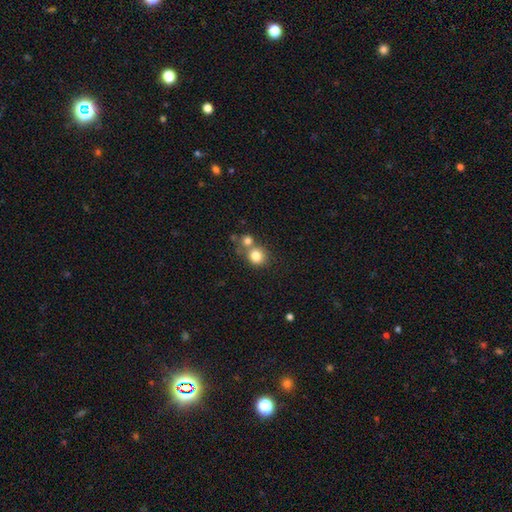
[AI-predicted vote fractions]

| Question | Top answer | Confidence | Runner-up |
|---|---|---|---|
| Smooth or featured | smooth | 80% | star or artifact (11%) |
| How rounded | round | 83% | in between (16%) |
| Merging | none | 51% | merger (37%) |